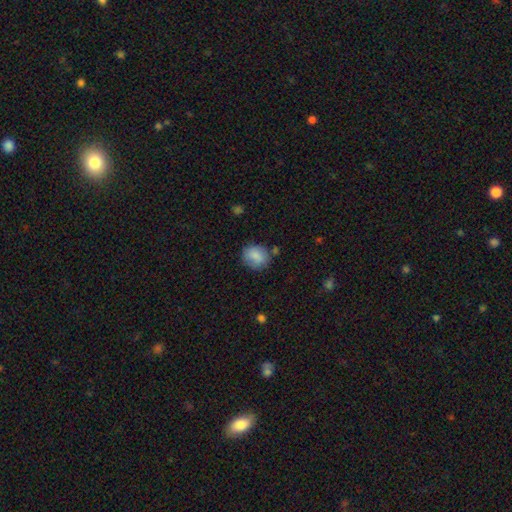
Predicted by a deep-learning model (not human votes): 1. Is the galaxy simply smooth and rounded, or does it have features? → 84% smooth, 8% featured or disk, 8% star or artifact.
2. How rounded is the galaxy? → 70% round, 29% in between, 1% cigar-shaped.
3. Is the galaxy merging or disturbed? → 73% none, 18% minor disturbance, 5% major disturbance, 4% merger.